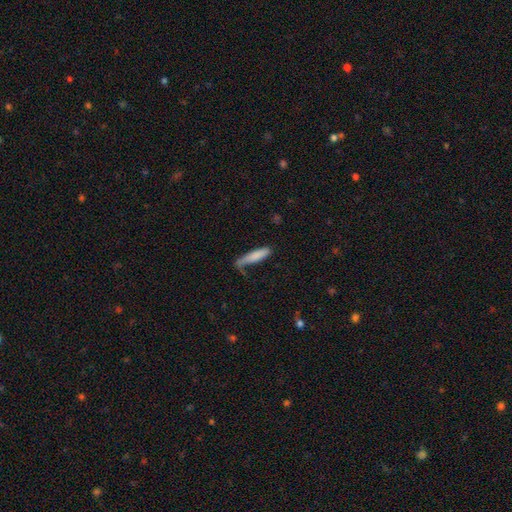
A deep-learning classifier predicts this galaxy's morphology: type=smooth (78%); roundness=cigar-shaped (79%); merging=none (50%).